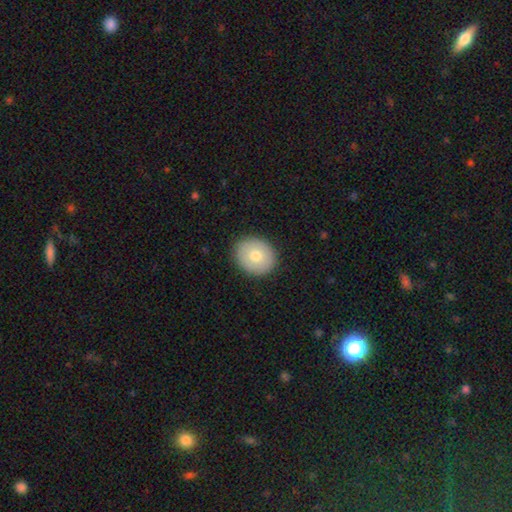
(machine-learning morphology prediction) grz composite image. It shows a smooth galaxy with no disk features (72%) that is round (71%). Merging: none (90%).